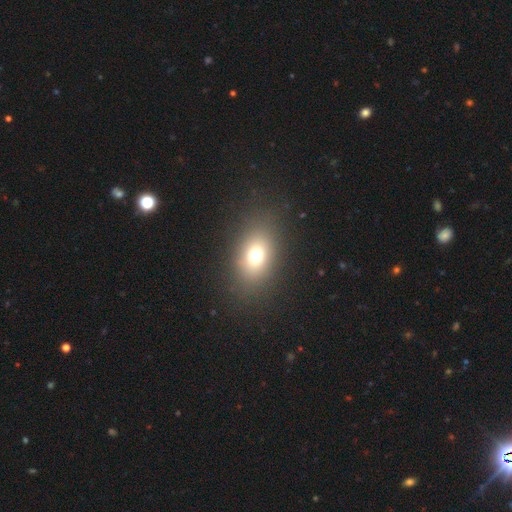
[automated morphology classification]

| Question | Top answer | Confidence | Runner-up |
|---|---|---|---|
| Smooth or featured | smooth | 71% | star or artifact (16%) |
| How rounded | in between | 71% | round (27%) |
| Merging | none | 83% | minor disturbance (9%) |